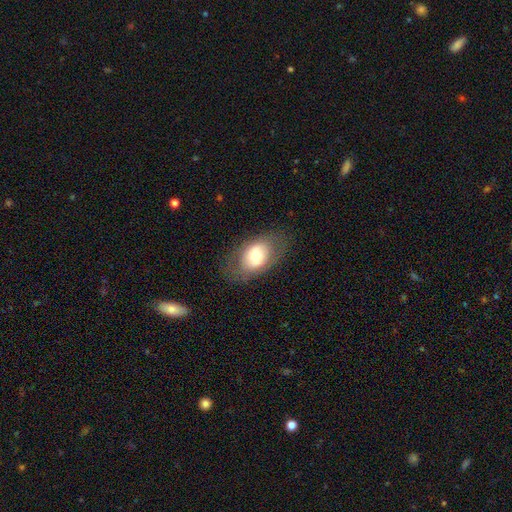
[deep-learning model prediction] This is likely a smooth galaxy (70%). How rounded: clearly in between (87%). Merging: likely none (76%).